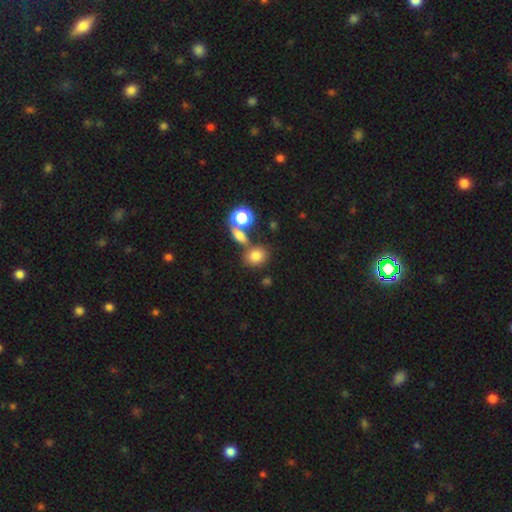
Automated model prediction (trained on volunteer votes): smooth_or_featured: smooth (p=0.76) [alt: star or artifact p=0.15]
how_rounded: round (p=0.54) [alt: in between p=0.45]
merging: none (p=0.62) [alt: merger p=0.21]